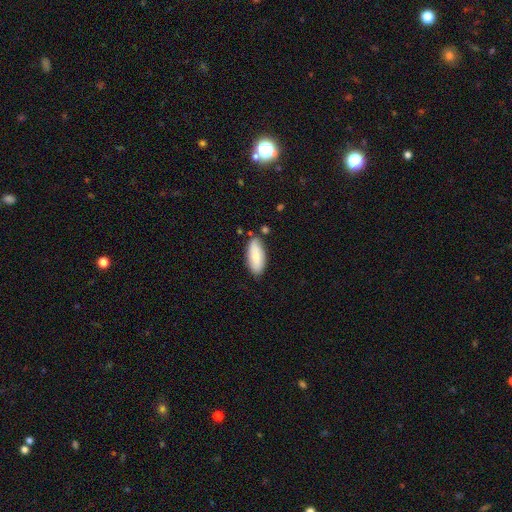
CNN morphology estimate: type=smooth (81%); roundness=in between (82%); merging=none (80%).